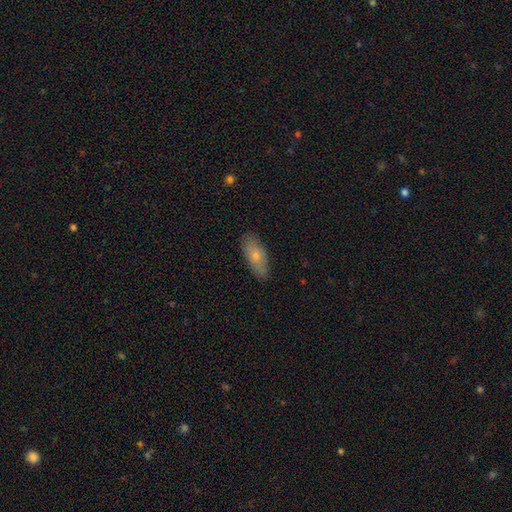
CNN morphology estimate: Smooth or featured: smooth — 74% (featured or disk — 20%)
How rounded: in between — 82% (cigar-shaped — 15%)
Merging: none — 85% (minor disturbance — 12%)